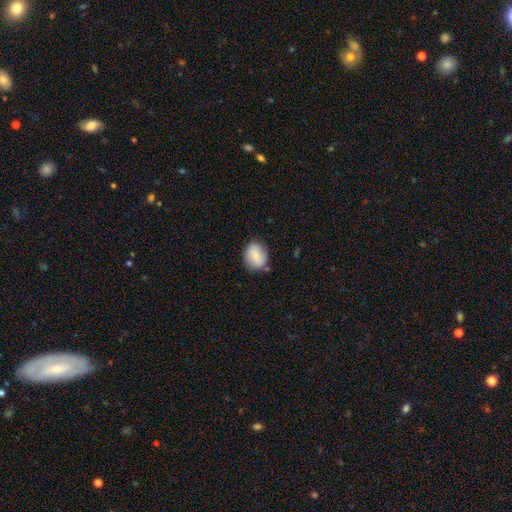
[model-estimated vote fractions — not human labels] smooth_or_featured: smooth (p=0.73) [alt: featured or disk p=0.20]
how_rounded: round (p=0.50) [alt: in between p=0.49]
merging: none (p=0.76) [alt: minor disturbance p=0.17]